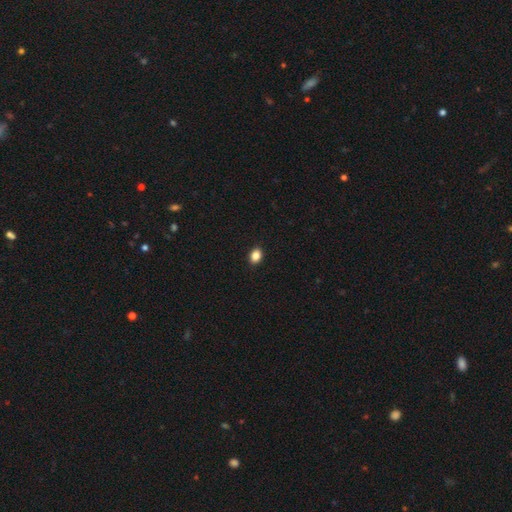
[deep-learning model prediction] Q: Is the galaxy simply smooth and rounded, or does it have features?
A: smooth — 86%.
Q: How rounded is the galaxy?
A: in between — 64%.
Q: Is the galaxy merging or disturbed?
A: none — 91%.